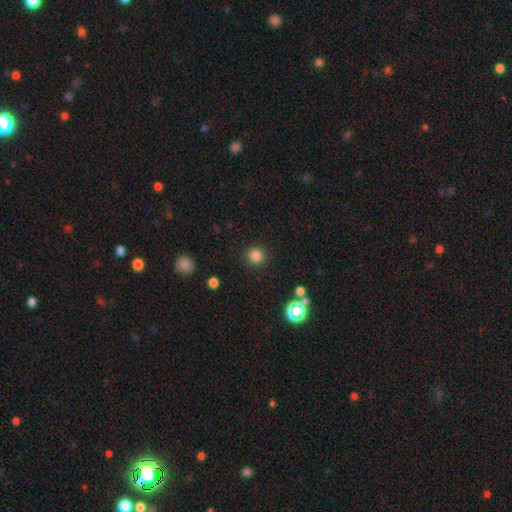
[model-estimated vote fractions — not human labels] This appears to be a smooth galaxy with no disk features (83%) that is round (93%). Merging: none (90%).